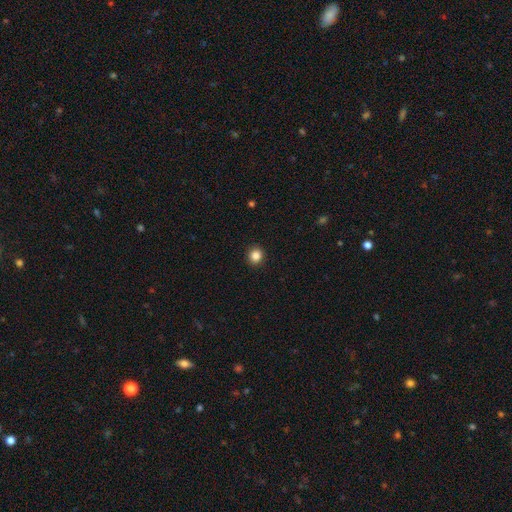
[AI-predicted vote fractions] A smooth galaxy with no disk features (86%) that is round (87%). Merging: none (92%).